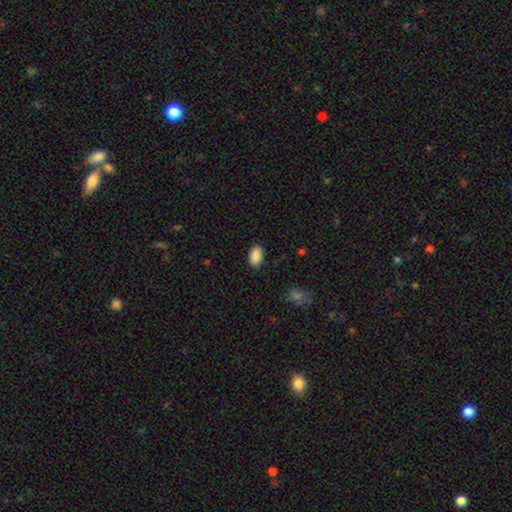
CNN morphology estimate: A smooth galaxy with no disk features (90%) that is in between round and cigar-shaped (93%).

Vote fractions:
- Smooth or featured? smooth: 90% / star or artifact: 7% / featured or disk: 3%
- How rounded? in between: 93% / round: 5% / cigar-shaped: 2%
- Merging? none: 87% / minor disturbance: 10% / major disturbance: 2% / merger: 1%